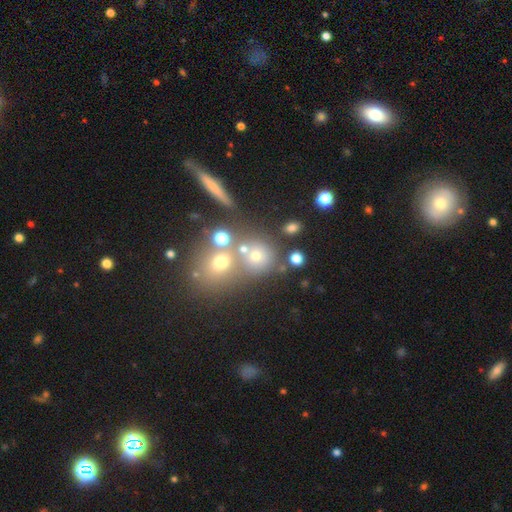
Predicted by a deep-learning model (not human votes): The model was most divided on "merging": none: 57%, merger: 28%, minor disturbance: 9%, major disturbance: 5%. More confident: how rounded — round (78%); smooth or featured — smooth (60%).